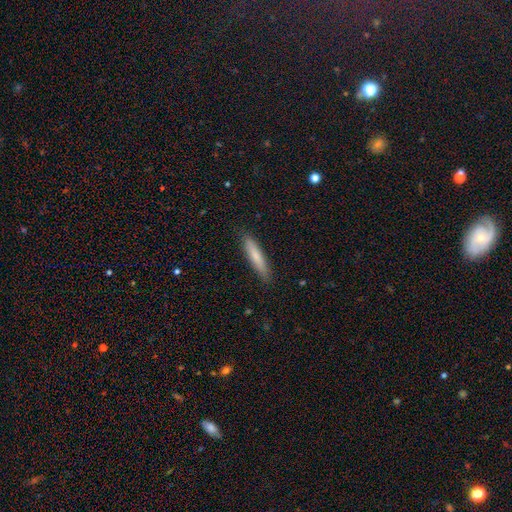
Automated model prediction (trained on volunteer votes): Smooth or featured? Predicted: smooth (p=0.74). How rounded? Predicted: cigar-shaped (p=0.88). Merging? Predicted: none (p=0.88).